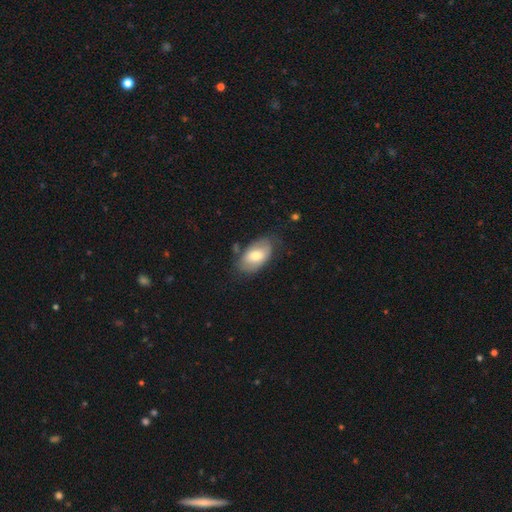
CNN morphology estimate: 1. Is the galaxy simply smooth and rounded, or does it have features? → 62% smooth, 32% featured or disk, 6% star or artifact.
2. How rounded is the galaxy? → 93% in between, 5% round, 2% cigar-shaped.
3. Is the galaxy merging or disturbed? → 65% none, 24% minor disturbance, 8% major disturbance, 4% merger.